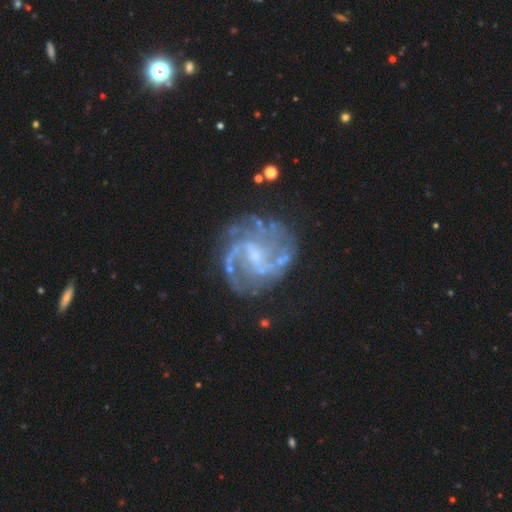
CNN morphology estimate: featured or disk 88%, star or artifact 7%, smooth 6%. Down the decision tree: edge-on disk — no (98%); bar — weak (54%); spiral arms — yes (93%); spiral arm count — 2 (47%); spiral winding — medium (50%); bulge size — small (58%); merging — none (67%).